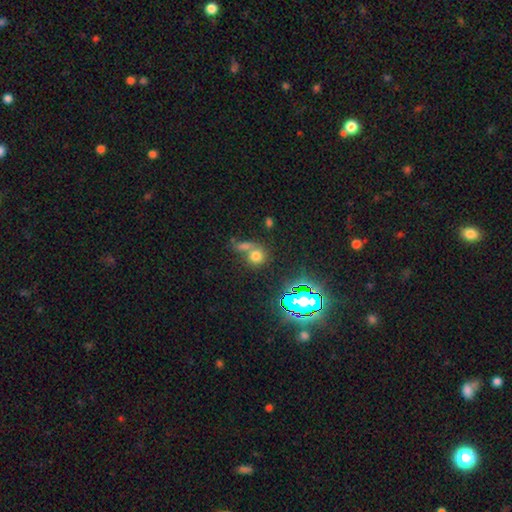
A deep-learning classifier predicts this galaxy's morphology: Smooth or featured?
  - smooth: 65% *
  - star or artifact: 24%
  - featured or disk: 11%
How rounded?
  - round: 78% *
  - in between: 19%
  - cigar-shaped: 2%
Merging?
  - none: 43% *
  - merger: 42%
  - minor disturbance: 9%
  - major disturbance: 6%